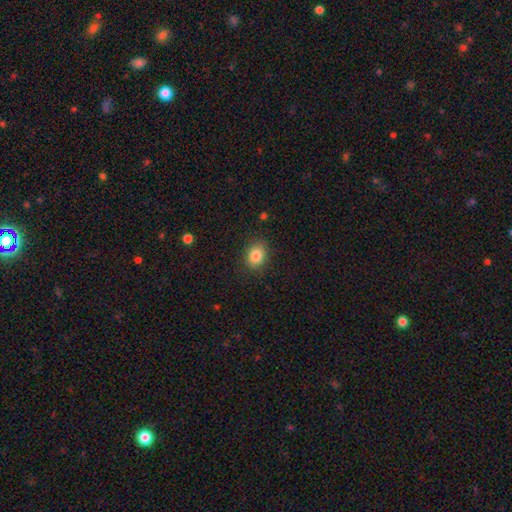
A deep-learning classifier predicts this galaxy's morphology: A smooth galaxy with no disk features (85%) that is in between round and cigar-shaped (59%).

Vote fractions:
- Smooth or featured? smooth: 85% / star or artifact: 9% / featured or disk: 6%
- How rounded? in between: 59% / round: 40% / cigar-shaped: 1%
- Merging? none: 84% / minor disturbance: 11% / major disturbance: 3% / merger: 1%